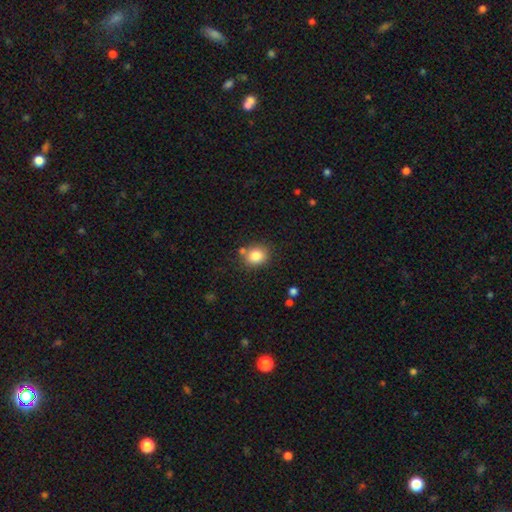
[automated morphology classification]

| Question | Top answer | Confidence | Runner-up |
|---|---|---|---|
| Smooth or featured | smooth | 83% | star or artifact (10%) |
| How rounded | round | 70% | in between (29%) |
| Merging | none | 73% | minor disturbance (13%) |